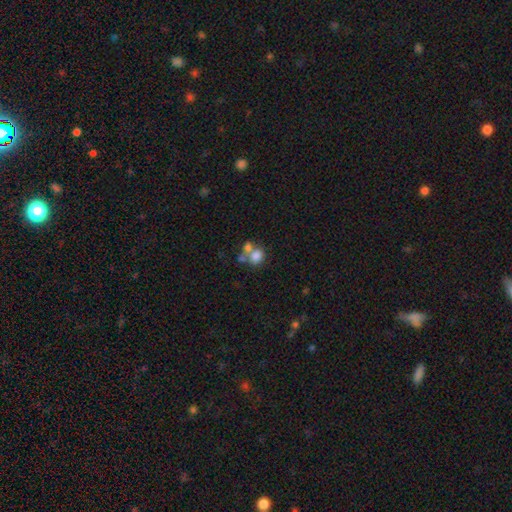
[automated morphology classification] type=smooth (75%); roundness=round (63%); merging=merger (50%).